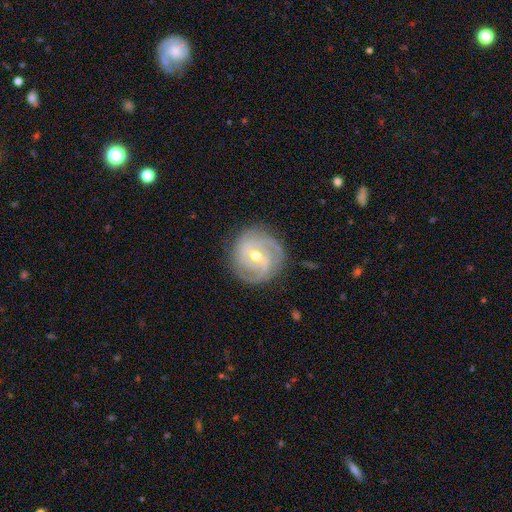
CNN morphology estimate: type=featured or disk (86%); edge-on=no (97%); bar=weak (51%); spiral arms=yes (96%); winding=tight (58%); arm count=2 (35%); bulge=moderate (57%); merging=none (81%).